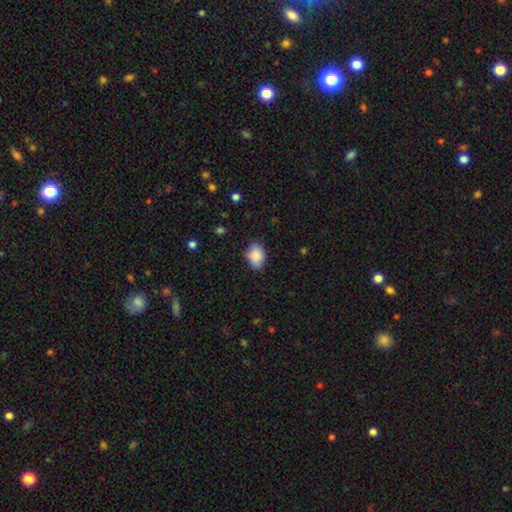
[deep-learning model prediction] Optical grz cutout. It shows a smooth galaxy with no disk features (88%) that is in between round and cigar-shaped (77%). Merging: none (77%).